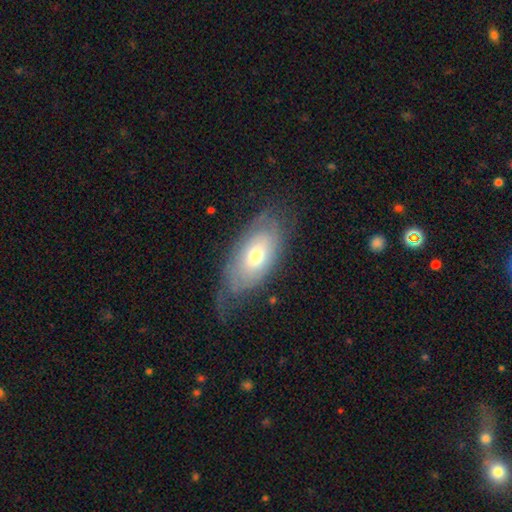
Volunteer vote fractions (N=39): Smooth or featured? 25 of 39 (64%) said featured or disk. Edge-on disk? 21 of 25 (84%) said no. Bar? 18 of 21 (86%) said no. Spiral arms? 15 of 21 (71%) said yes. Spiral winding? 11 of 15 (73%) said tight. Spiral arm count? 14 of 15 (93%) said can't tell. Bulge size? 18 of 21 (86%) said moderate. Merging? 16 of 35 (46%) said none.